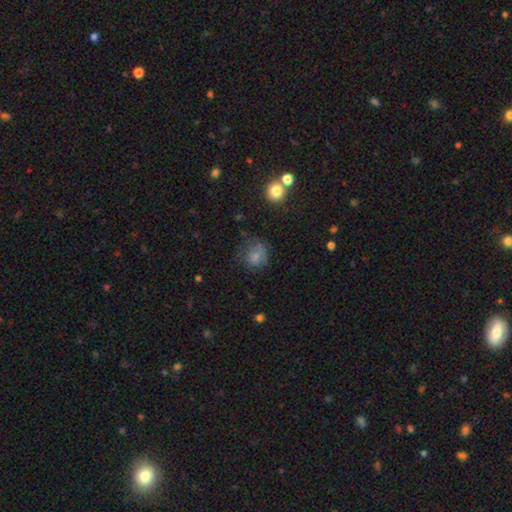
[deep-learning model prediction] This is likely a smooth galaxy (74%). How rounded: likely round (75%). Merging: possibly none (50%).